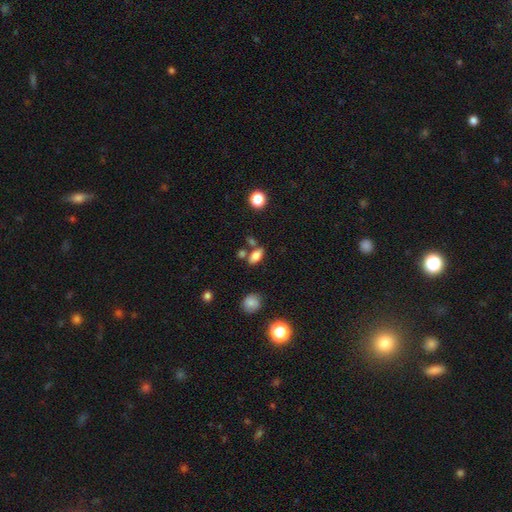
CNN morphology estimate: The model was most divided on "merging": none: 67%, merger: 17%, minor disturbance: 12%, major disturbance: 4%. More confident: how rounded — in between (85%); smooth or featured — smooth (76%).